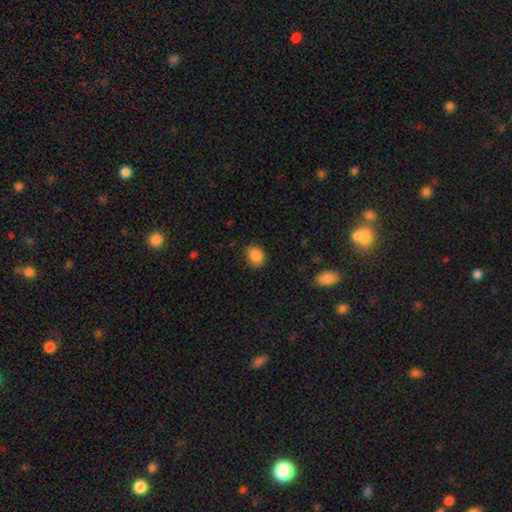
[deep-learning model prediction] This is clearly a smooth galaxy (87%). How rounded: possibly round (57%). Merging: clearly none (84%).